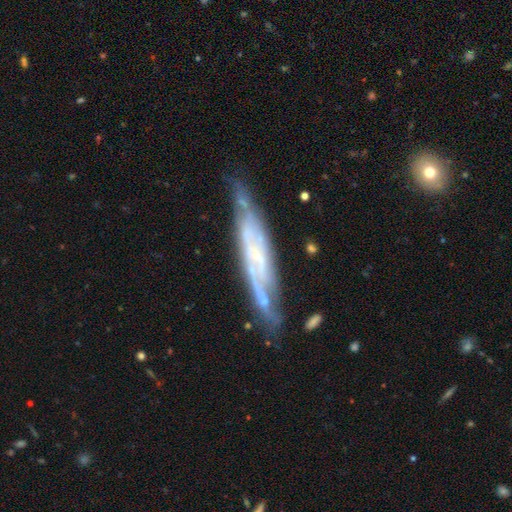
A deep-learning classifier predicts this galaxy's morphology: The model was most divided on "edge-on disk": yes: 58%, no: 42%. More confident: smooth or featured — featured or disk (76%); merging — none (67%).